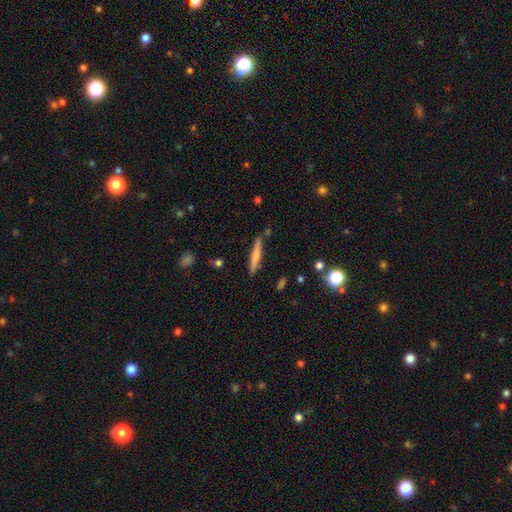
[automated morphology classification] Q: Smooth or featured?
A: smooth (56%); runner-up: featured or disk (38%)
Q: How rounded?
A: cigar-shaped (93%); runner-up: in between (6%)
Q: Merging?
A: none (82%); runner-up: minor disturbance (11%)